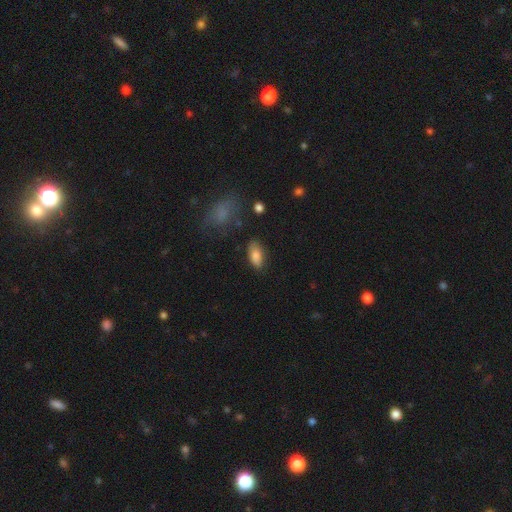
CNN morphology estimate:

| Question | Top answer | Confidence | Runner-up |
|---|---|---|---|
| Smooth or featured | smooth | 83% | featured or disk (9%) |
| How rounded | in between | 90% | cigar-shaped (6%) |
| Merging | none | 78% | minor disturbance (16%) |